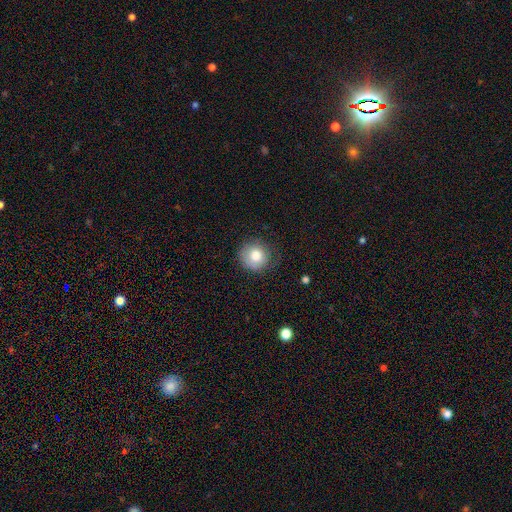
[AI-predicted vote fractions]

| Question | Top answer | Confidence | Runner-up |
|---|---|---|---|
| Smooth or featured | smooth | 78% | featured or disk (13%) |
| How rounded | round | 91% | in between (9%) |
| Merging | none | 69% | minor disturbance (22%) |